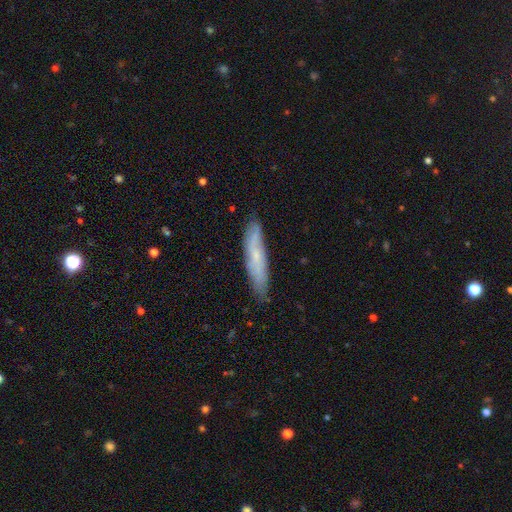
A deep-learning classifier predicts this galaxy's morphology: smooth_or_featured: smooth (p=0.47) [alt: featured or disk p=0.45]
merging: none (p=0.79) [alt: minor disturbance p=0.17]